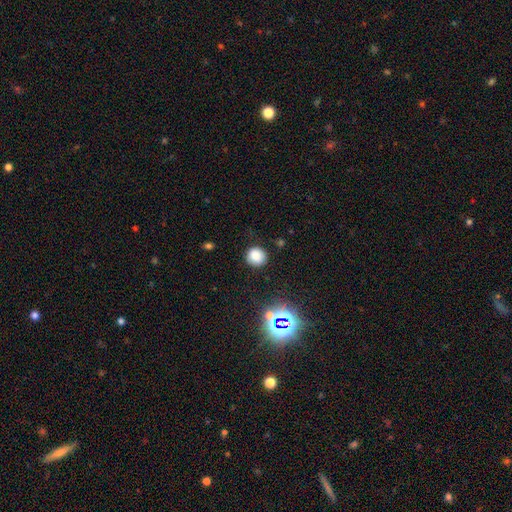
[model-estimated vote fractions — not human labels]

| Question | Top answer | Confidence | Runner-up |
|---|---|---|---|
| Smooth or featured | smooth | 81% | star or artifact (14%) |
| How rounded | round | 88% | in between (11%) |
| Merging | none | 85% | minor disturbance (10%) |